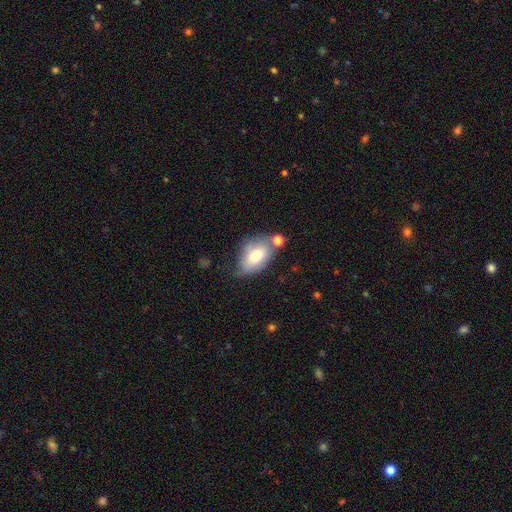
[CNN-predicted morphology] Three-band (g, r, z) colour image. It shows a smooth galaxy with no disk features (70%) that is in between round and cigar-shaped (90%). Merging: none (45%).